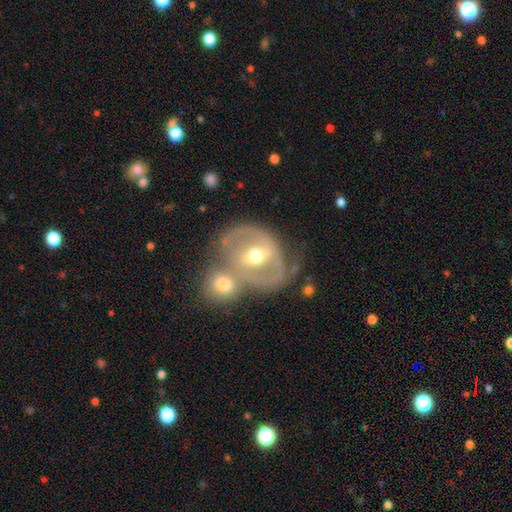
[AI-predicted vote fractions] This is likely a featured or disk galaxy (73%). It is clearly not viewed edge-on (96%). Bar: marginally weak (41%). Spiral arm pattern: likely yes (64%). Central bulge: likely moderate (75%). Merging: possibly merger (47%).